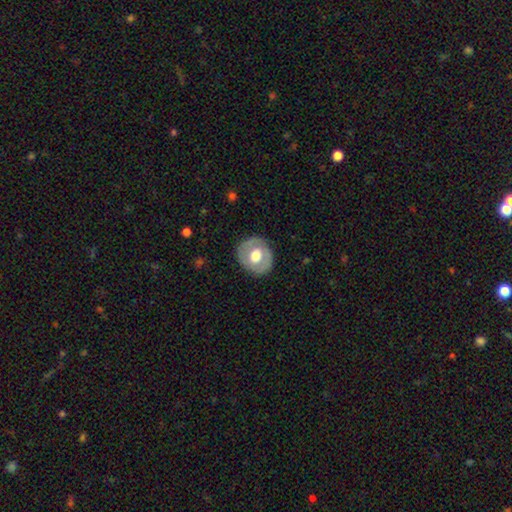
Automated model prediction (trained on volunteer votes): A smooth galaxy with no disk features (49%).

Vote fractions:
- Smooth or featured? smooth: 49% / featured or disk: 45% / star or artifact: 6%
- Merging? none: 83% / minor disturbance: 12% / major disturbance: 4% / merger: 1%